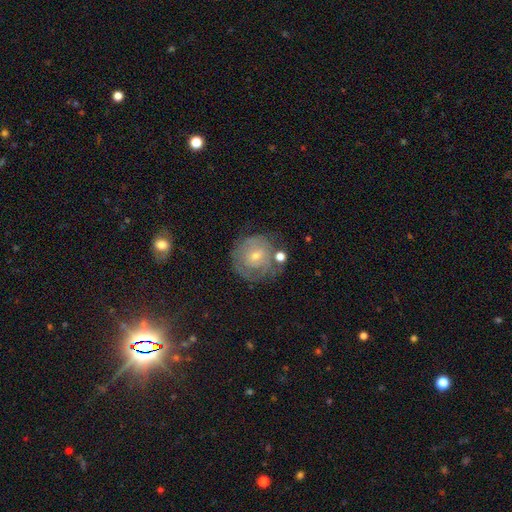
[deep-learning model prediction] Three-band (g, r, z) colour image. It shows a featured or disk galaxy (61%) with no bar (65%), spiral arms (73%) and a small central bulge (63%). Merging: none (66%).